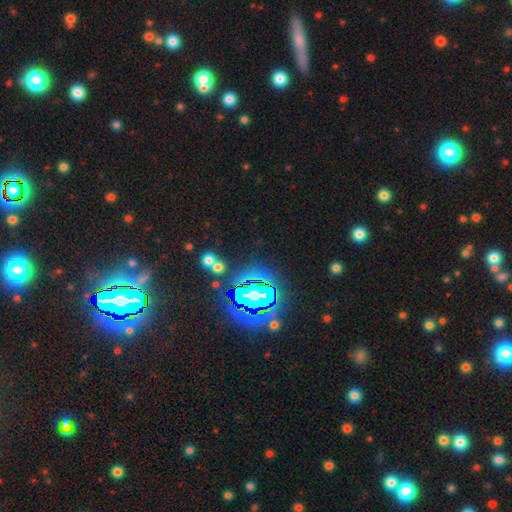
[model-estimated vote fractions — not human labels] The model was most divided on "smooth or featured": star or artifact: 82%, smooth: 10%, featured or disk: 7%.